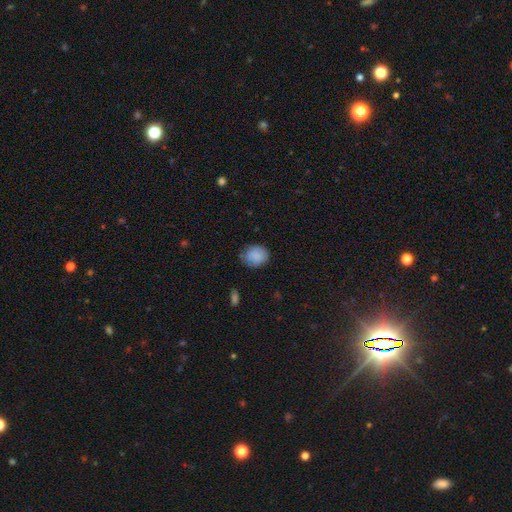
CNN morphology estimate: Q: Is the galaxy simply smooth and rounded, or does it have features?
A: smooth — 86%.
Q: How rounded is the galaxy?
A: round — 67%.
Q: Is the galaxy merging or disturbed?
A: none — 74%.